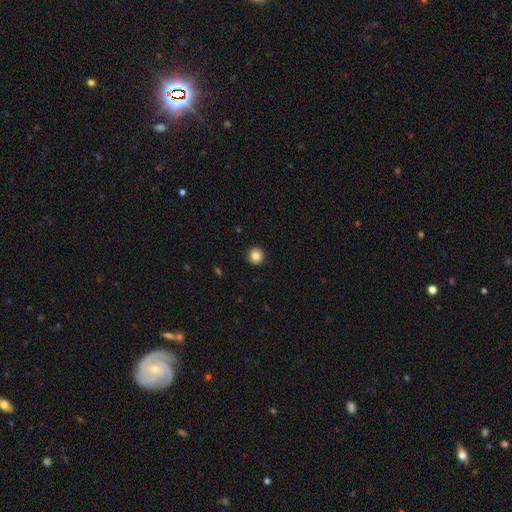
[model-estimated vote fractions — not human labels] smooth 84%, star or artifact 10%, featured or disk 6%. Down the decision tree: how rounded — round (93%); merging — none (92%).